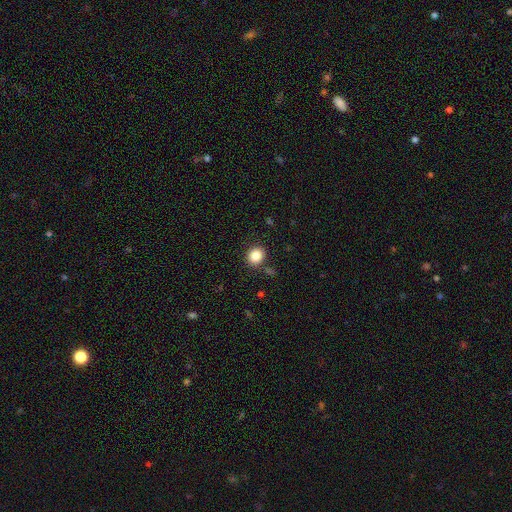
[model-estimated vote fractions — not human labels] smooth-or-featured: smooth: 86% | star or artifact: 10% | featured or disk: 4%
  how-rounded: round: 75% | in between: 24% | cigar-shaped: 1%
  merging: none: 85% | minor disturbance: 9% | merger: 3% | major disturbance: 3%